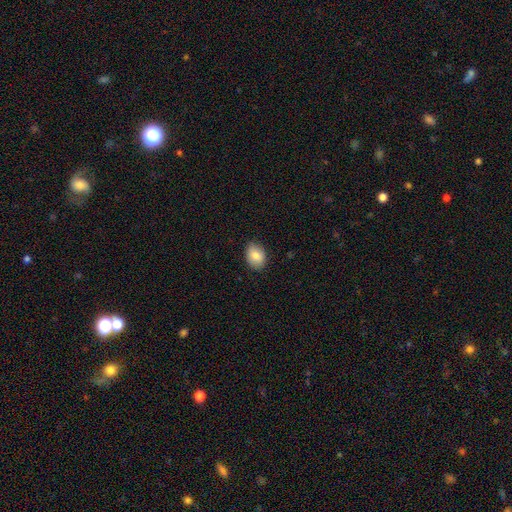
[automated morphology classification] type=smooth (84%); roundness=in between (74%); merging=none (84%).